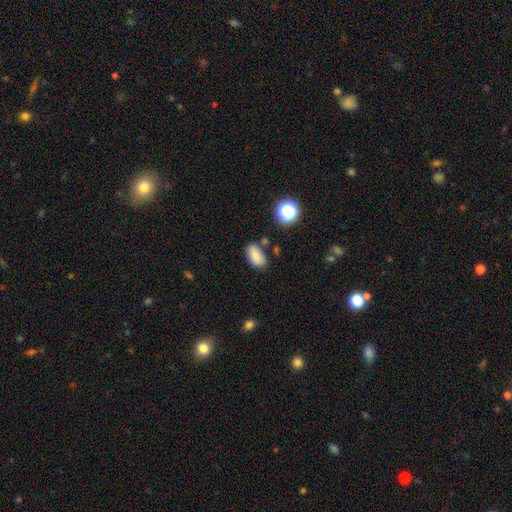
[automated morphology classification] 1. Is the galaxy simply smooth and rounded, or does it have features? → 82% smooth, 10% star or artifact, 7% featured or disk.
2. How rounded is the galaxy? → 90% in between, 8% round, 3% cigar-shaped.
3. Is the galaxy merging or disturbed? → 72% none, 17% minor disturbance, 7% merger, 4% major disturbance.